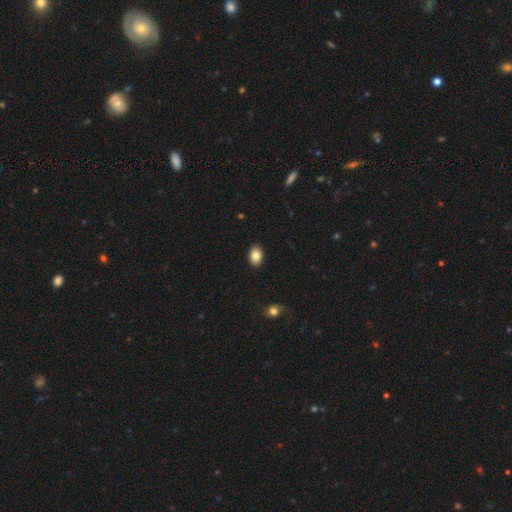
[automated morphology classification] smooth 85%, featured or disk 8%, star or artifact 8%. Down the decision tree: how rounded — in between (86%); merging — none (90%).